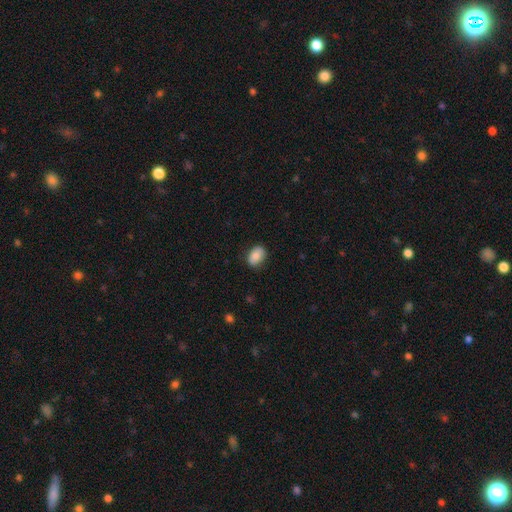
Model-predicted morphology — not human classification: A smooth galaxy with no disk features (85%) that is in between round and cigar-shaped (82%).

Vote fractions:
- Smooth or featured? smooth: 85% / featured or disk: 8% / star or artifact: 7%
- How rounded? in between: 82% / round: 17% / cigar-shaped: 1%
- Merging? none: 81% / minor disturbance: 15% / major disturbance: 3% / merger: 1%